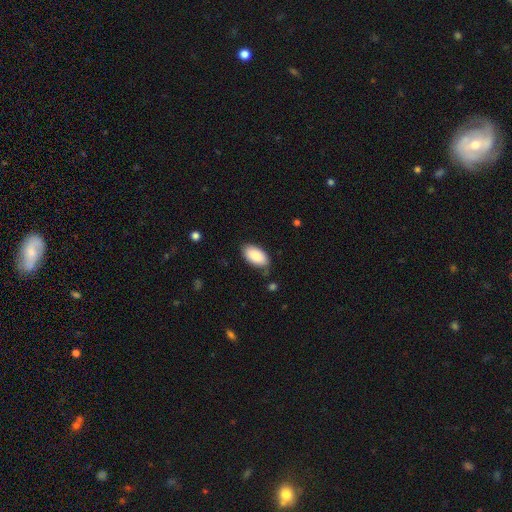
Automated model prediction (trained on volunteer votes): The model was most divided on "merging": none: 79%, minor disturbance: 16%, major disturbance: 3%, merger: 2%. More confident: how rounded — in between (95%); smooth or featured — smooth (86%).